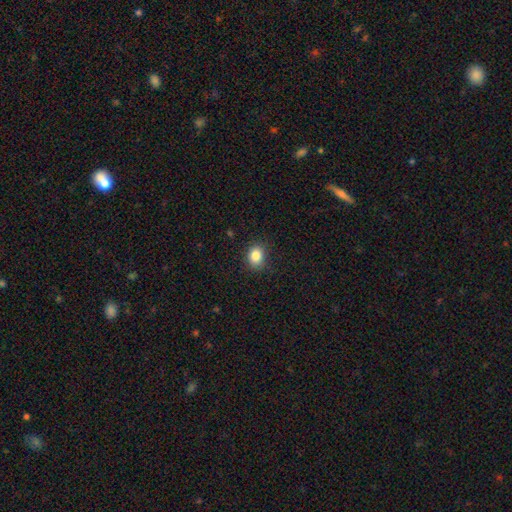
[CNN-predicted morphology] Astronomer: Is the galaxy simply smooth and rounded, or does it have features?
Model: smooth — 86%.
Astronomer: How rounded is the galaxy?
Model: in between — 50% (runner-up: round, 49%).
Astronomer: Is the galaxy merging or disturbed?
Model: none — 86%.